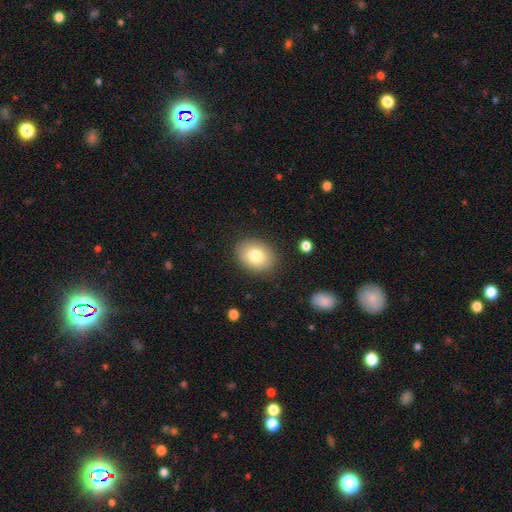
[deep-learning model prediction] The model was most divided on "how rounded": in between: 64%, round: 35%, cigar-shaped: 1%. More confident: merging — none (86%); smooth or featured — smooth (80%).